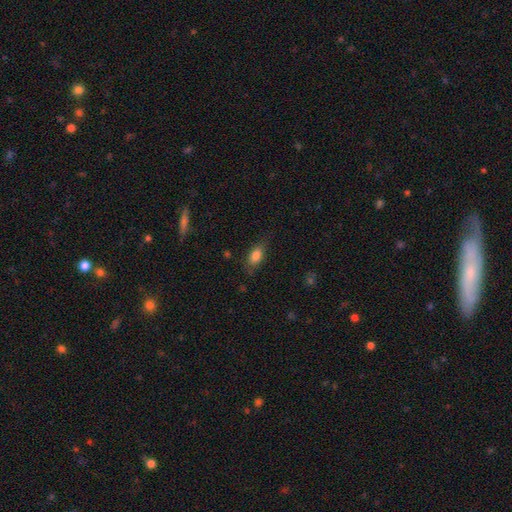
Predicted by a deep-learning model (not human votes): This is clearly a smooth galaxy (80%). How rounded: clearly in between (82%). Merging: likely none (72%).